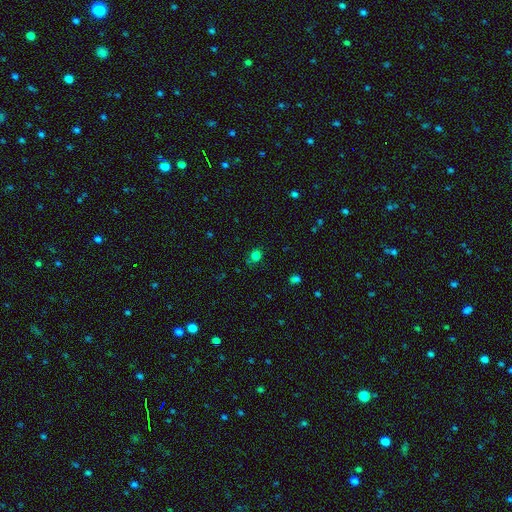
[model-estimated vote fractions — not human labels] Overall: smooth (76%). How rounded: round (77%). Merging: none (75%).